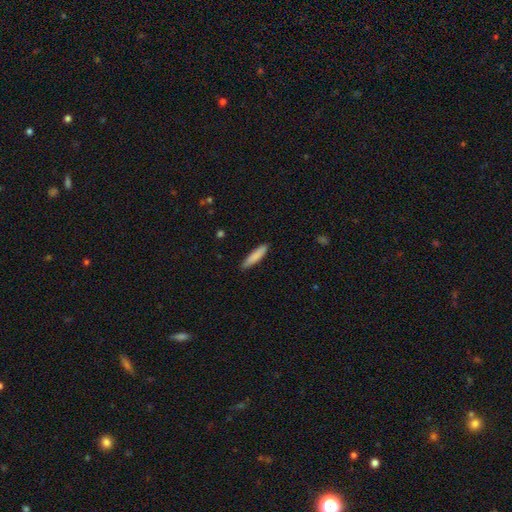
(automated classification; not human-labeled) A smooth galaxy with no disk features (85%) that is cigar-shaped (83%).

Vote fractions:
- Smooth or featured? smooth: 85% / featured or disk: 9% / star or artifact: 6%
- How rounded? cigar-shaped: 83% / in between: 16% / round: 1%
- Merging? none: 87% / minor disturbance: 10% / major disturbance: 2% / merger: 1%